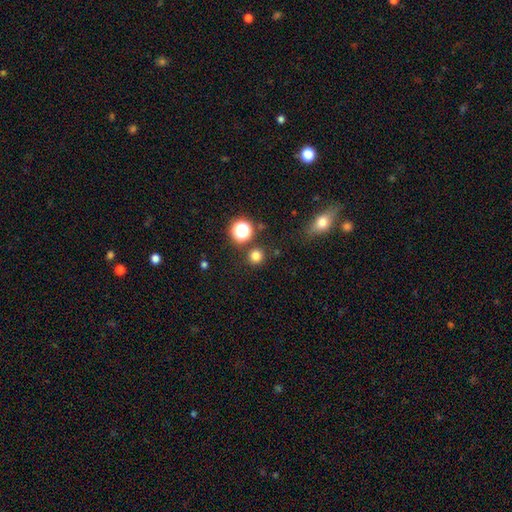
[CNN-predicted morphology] Overall: smooth (78%). How rounded: round (93%). Merging: none (87%).